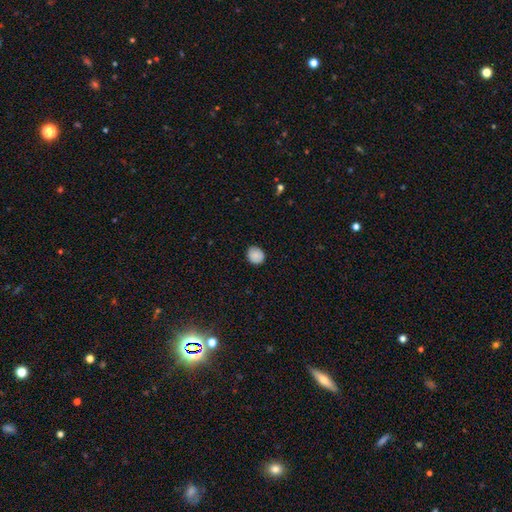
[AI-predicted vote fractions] Morphology: type=smooth (87%); roundness=round (75%); merging=none (88%).